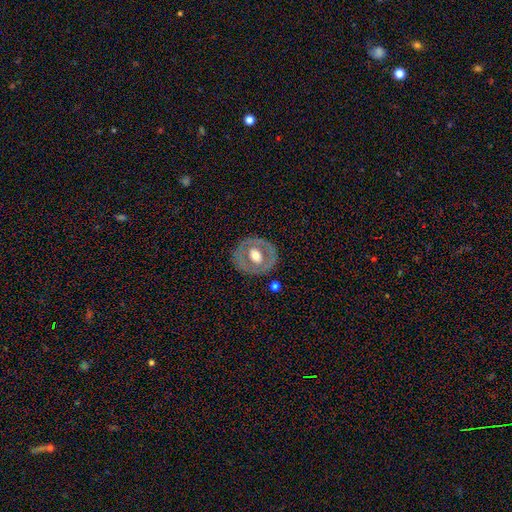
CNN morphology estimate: Smooth or featured?
  - featured or disk: 57% *
  - smooth: 38%
  - star or artifact: 6%
Edge-on disk?
  - no: 94% *
  - yes: 6%
Bar?
  - no: 70% *
  - weak: 21%
  - strong: 9%
Spiral arms?
  - no: 89% *
  - yes: 11%
Bulge size?
  - moderate: 62% *
  - large: 28%
  - small: 7%
  - dominant: 2%
  - none: 1%
Merging?
  - none: 82% *
  - minor disturbance: 11%
  - major disturbance: 5%
  - merger: 2%